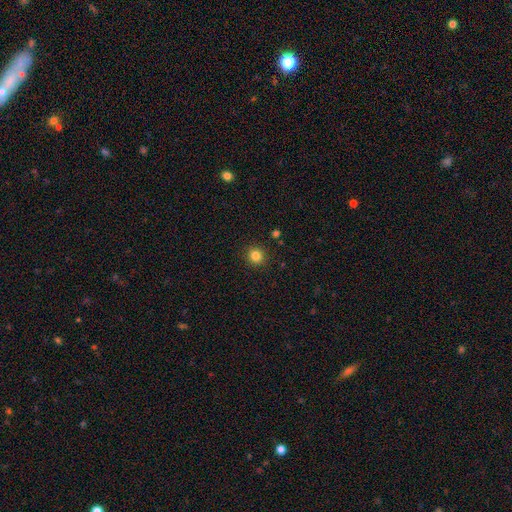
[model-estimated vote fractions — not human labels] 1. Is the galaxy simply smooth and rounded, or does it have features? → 83% smooth, 12% star or artifact, 5% featured or disk.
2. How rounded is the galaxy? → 93% round, 6% in between, 1% cigar-shaped.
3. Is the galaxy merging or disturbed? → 91% none, 5% minor disturbance, 2% major disturbance, 1% merger.